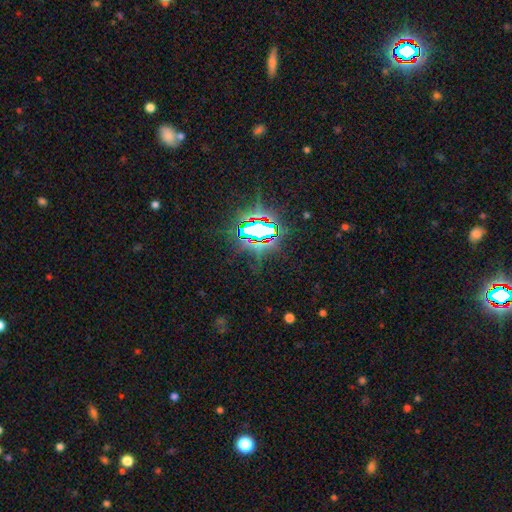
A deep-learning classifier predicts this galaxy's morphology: Smooth or featured?
  - star or artifact: 82% *
  - smooth: 10%
  - featured or disk: 8%